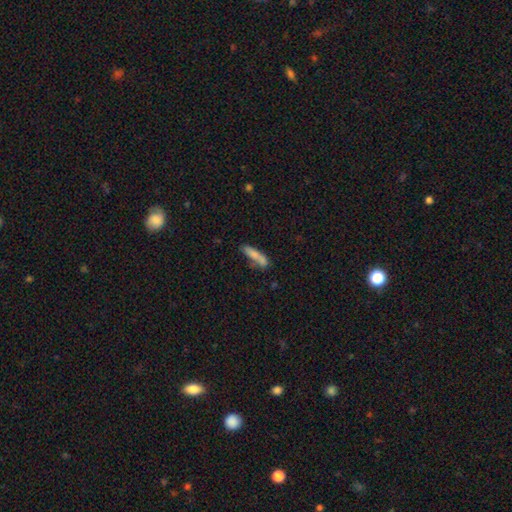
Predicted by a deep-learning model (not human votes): Q: Smooth or featured?
A: smooth (77%); runner-up: featured or disk (15%)
Q: How rounded?
A: cigar-shaped (74%); runner-up: in between (25%)
Q: Merging?
A: none (54%); runner-up: minor disturbance (20%)